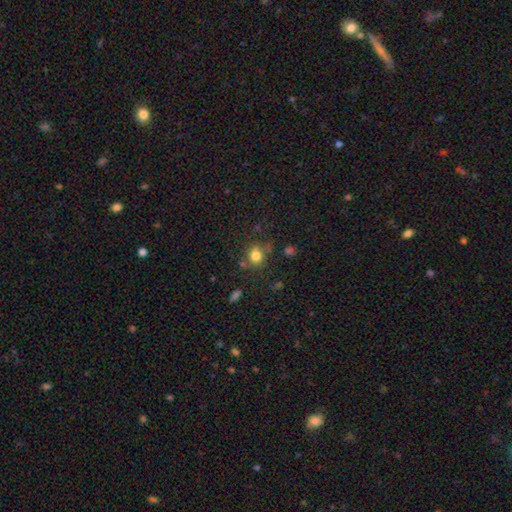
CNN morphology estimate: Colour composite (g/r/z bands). It shows a smooth galaxy with no disk features (80%) that is round (77%). Merging: none (70%).